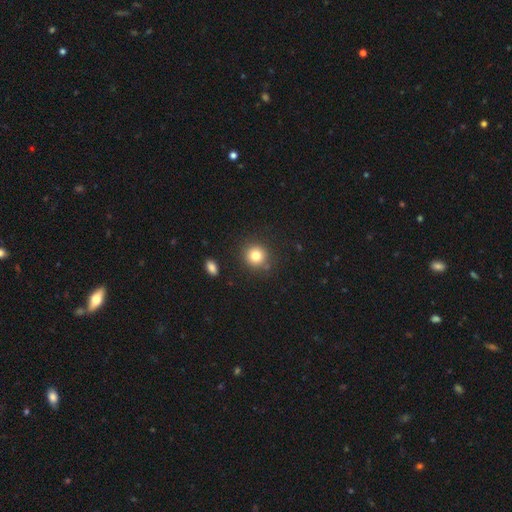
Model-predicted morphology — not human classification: smooth-or-featured: smooth: 79% | star or artifact: 12% | featured or disk: 8%
  how-rounded: round: 90% | in between: 9% | cigar-shaped: 1%
  merging: none: 85% | minor disturbance: 9% | merger: 4% | major disturbance: 3%